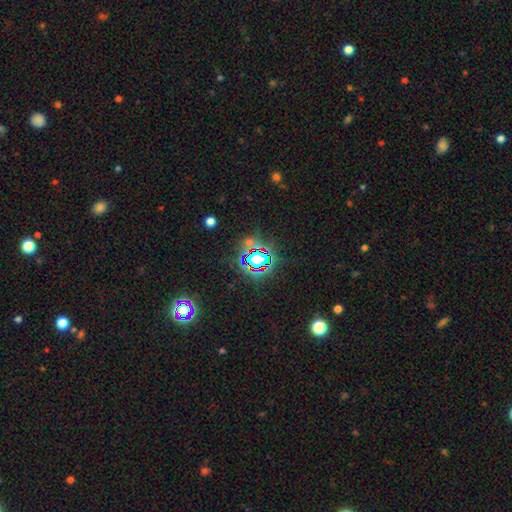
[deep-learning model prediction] Smooth or featured: star or artifact — 78% (smooth — 14%)